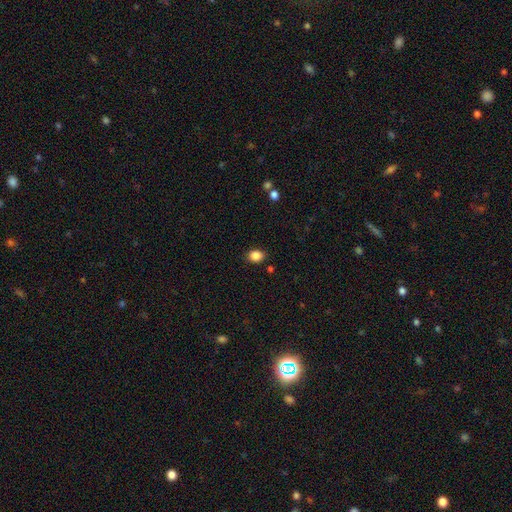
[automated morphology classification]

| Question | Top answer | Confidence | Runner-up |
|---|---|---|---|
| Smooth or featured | smooth | 86% | star or artifact (10%) |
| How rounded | in between | 60% | round (39%) |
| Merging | none | 87% | minor disturbance (9%) |